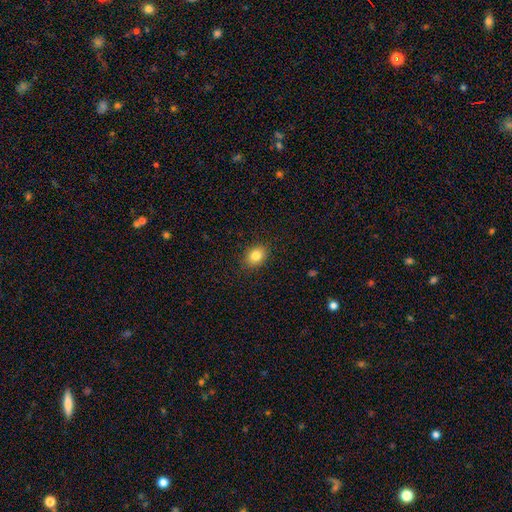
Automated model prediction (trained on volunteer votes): smooth-or-featured: smooth: 83% | star or artifact: 10% | featured or disk: 7%
  how-rounded: in between: 60% | round: 39% | cigar-shaped: 1%
  merging: none: 89% | minor disturbance: 8% | major disturbance: 2% | merger: 1%